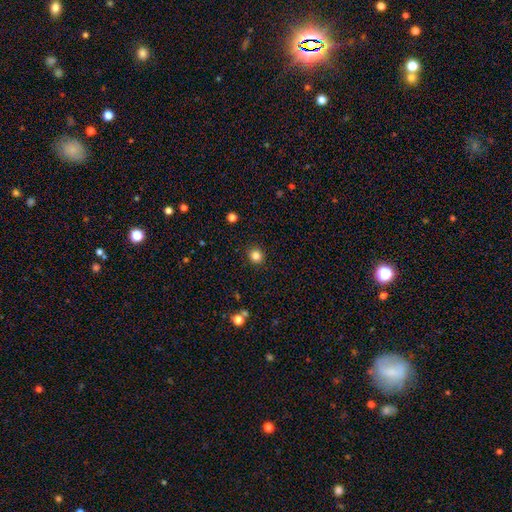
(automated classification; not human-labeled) Morphology: type=smooth (83%); roundness=round (89%); merging=none (91%).